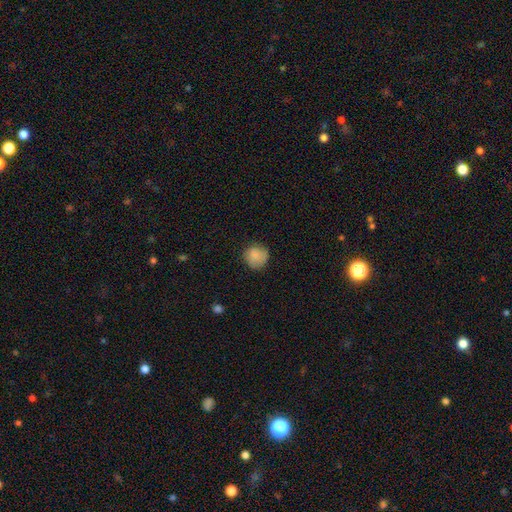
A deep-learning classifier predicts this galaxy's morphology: This appears to be a smooth galaxy with no disk features (84%) that is round (91%). Merging: none (80%).